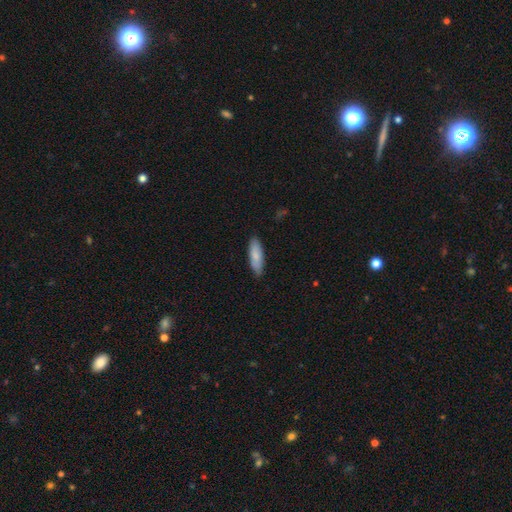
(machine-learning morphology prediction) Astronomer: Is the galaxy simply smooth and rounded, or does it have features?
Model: smooth — 81%.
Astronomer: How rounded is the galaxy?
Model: in between — 52% (runner-up: cigar-shaped, 46%).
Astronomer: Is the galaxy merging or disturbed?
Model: none — 87%.